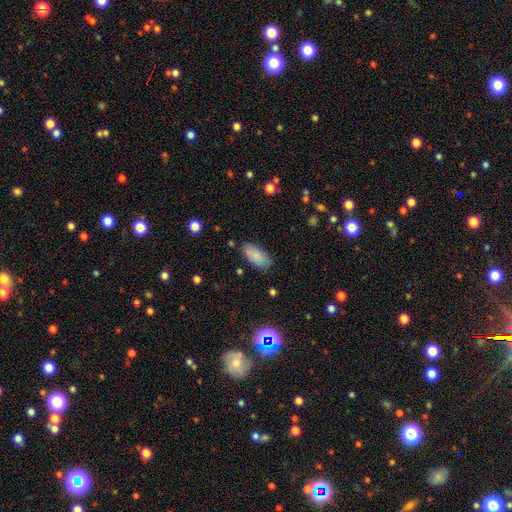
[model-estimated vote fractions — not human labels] A smooth galaxy with no disk features (81%) that is in between round and cigar-shaped (90%).

Vote fractions:
- Smooth or featured? smooth: 81% / featured or disk: 11% / star or artifact: 8%
- How rounded? in between: 90% / cigar-shaped: 7% / round: 2%
- Merging? none: 75% / minor disturbance: 18% / major disturbance: 4% / merger: 2%